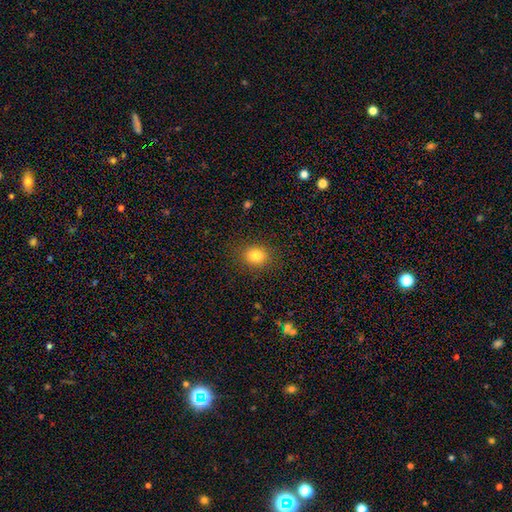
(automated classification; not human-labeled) The model was most divided on "how rounded": round: 62%, in between: 37%, cigar-shaped: 1%. More confident: merging — none (87%); smooth or featured — smooth (82%).